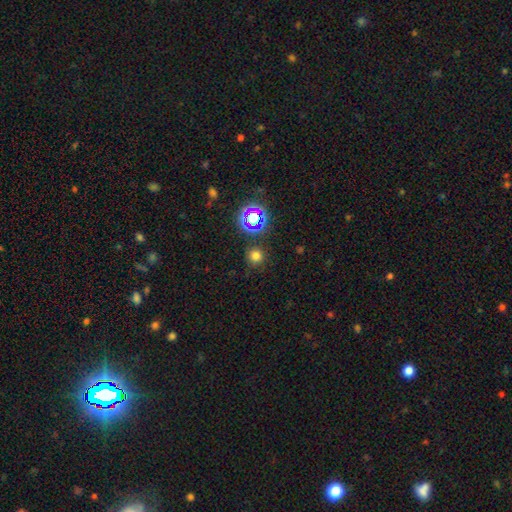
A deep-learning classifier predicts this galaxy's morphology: The model was most divided on "smooth or featured": smooth: 70%, star or artifact: 24%, featured or disk: 6%. More confident: how rounded — round (94%); merging — none (85%).